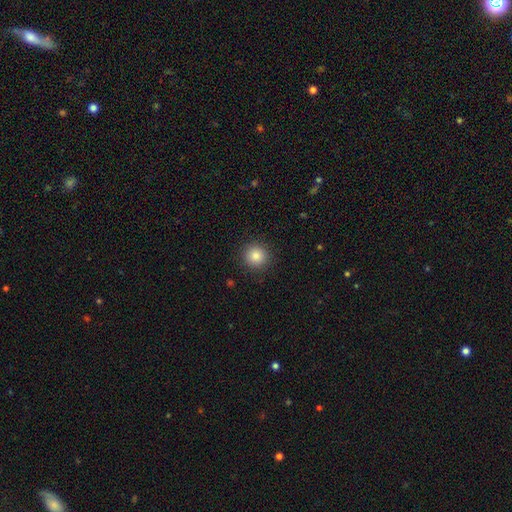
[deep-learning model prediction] A smooth galaxy with no disk features (85%) that is round (94%). Merging: none (92%).